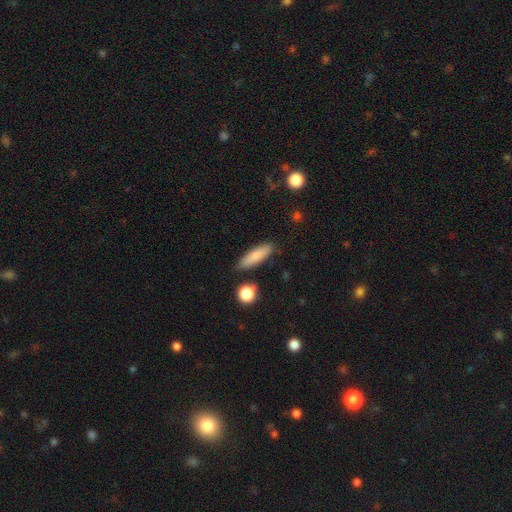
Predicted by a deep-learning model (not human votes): smooth 80%, featured or disk 13%, star or artifact 7%. Down the decision tree: how rounded — cigar-shaped (53%); merging — none (83%).